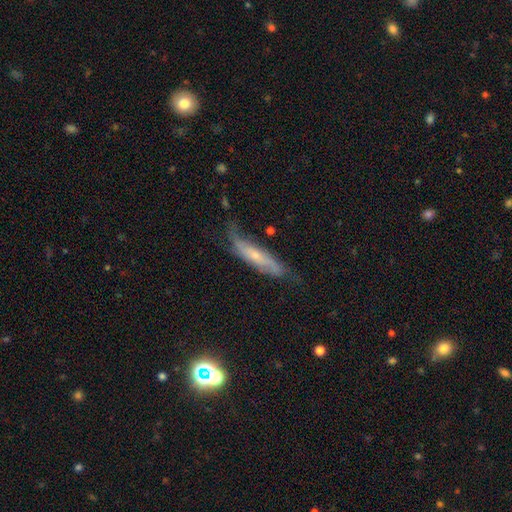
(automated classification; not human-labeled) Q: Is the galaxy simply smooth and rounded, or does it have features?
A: featured or disk — 59%.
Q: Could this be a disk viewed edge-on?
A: no — 57%.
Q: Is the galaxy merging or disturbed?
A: none — 51%.